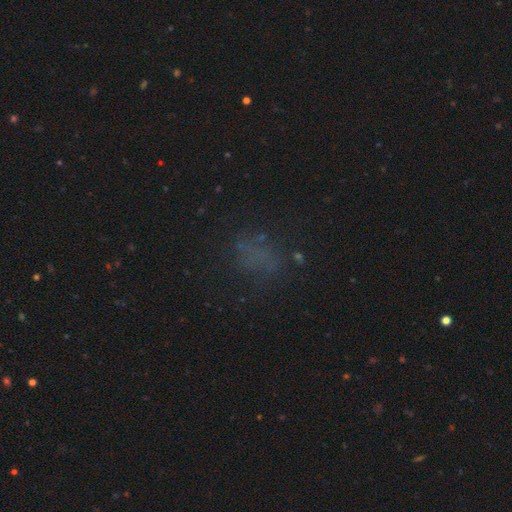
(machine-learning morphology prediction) smooth 47%, star or artifact 34%, featured or disk 19%. Down the decision tree: merging — none (64%).